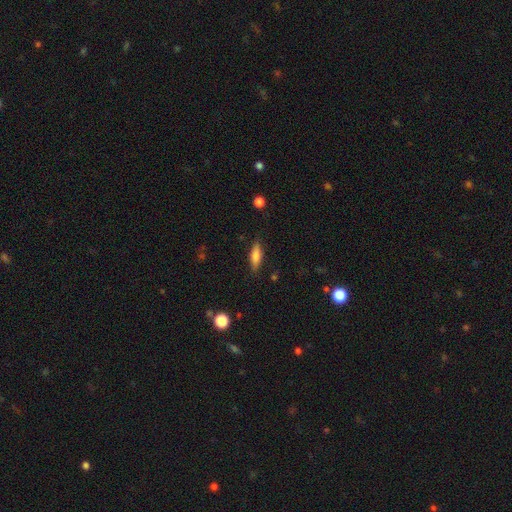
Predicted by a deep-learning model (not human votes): A smooth galaxy with no disk features (72%) that is in between round and cigar-shaped (49%, tied with cigar-shaped).

Vote fractions:
- Smooth or featured? smooth: 72% / featured or disk: 21% / star or artifact: 7%
- How rounded? in between: 49% (tied) / cigar-shaped: 49% (tied) / round: 2%
- Merging? none: 84% / minor disturbance: 12% / major disturbance: 3% / merger: 1%